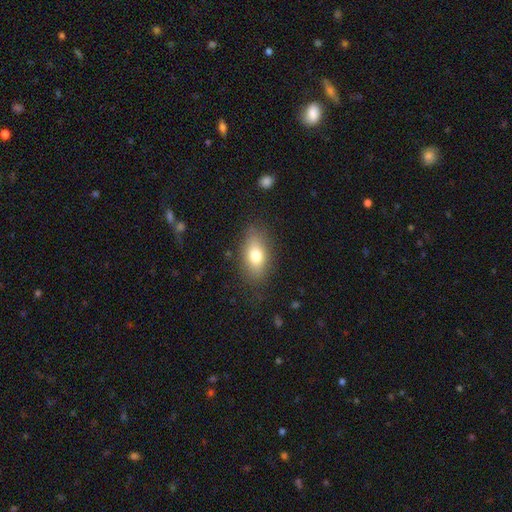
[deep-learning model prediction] This is likely a smooth galaxy (75%). How rounded: clearly in between (85%). Merging: clearly none (82%).